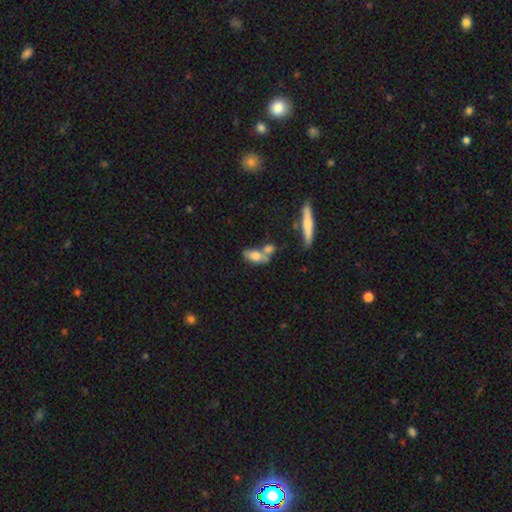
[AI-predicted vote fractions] This is likely a smooth galaxy (66%). How rounded: likely in between (75%). Merging: marginally merger (43%).